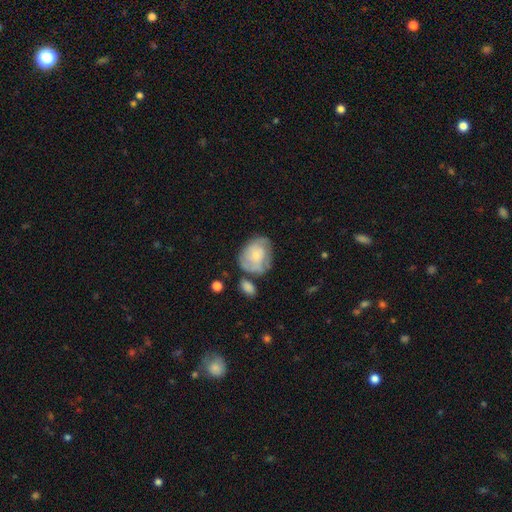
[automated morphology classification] smooth_or_featured: smooth (p=0.48) [alt: featured or disk p=0.45]
merging: none (p=0.48) [alt: minor disturbance p=0.27]